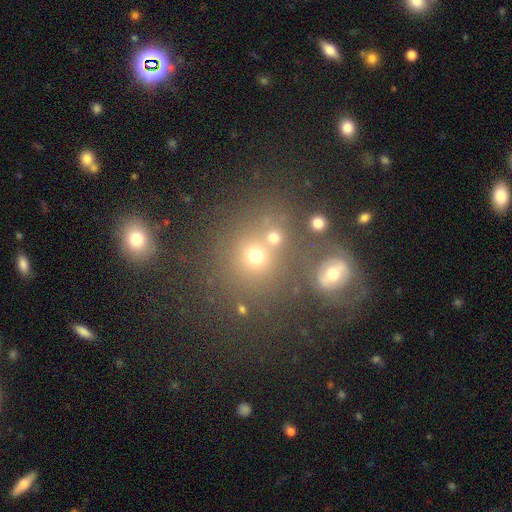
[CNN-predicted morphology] type=smooth (63%); roundness=round (81%); merging=none (58%).